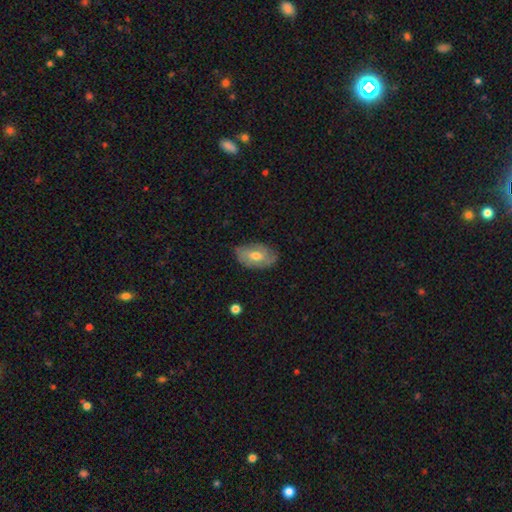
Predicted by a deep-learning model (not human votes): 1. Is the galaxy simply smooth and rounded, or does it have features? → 49% featured or disk, 44% smooth, 7% star or artifact.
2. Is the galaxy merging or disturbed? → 72% none, 22% minor disturbance, 5% major disturbance, 1% merger.